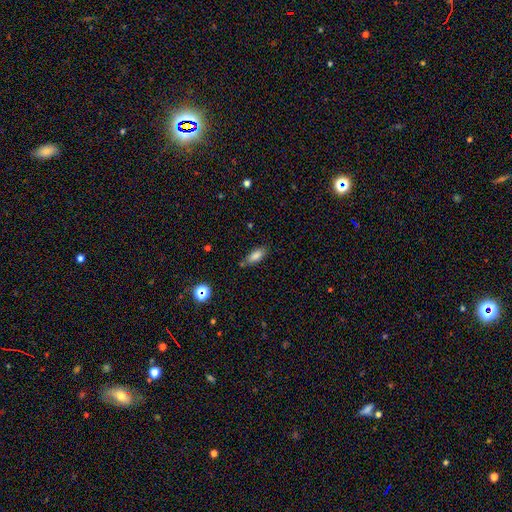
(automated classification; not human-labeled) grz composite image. It shows a smooth galaxy with no disk features (82%) that is in between round and cigar-shaped (78%). Merging: none (74%).